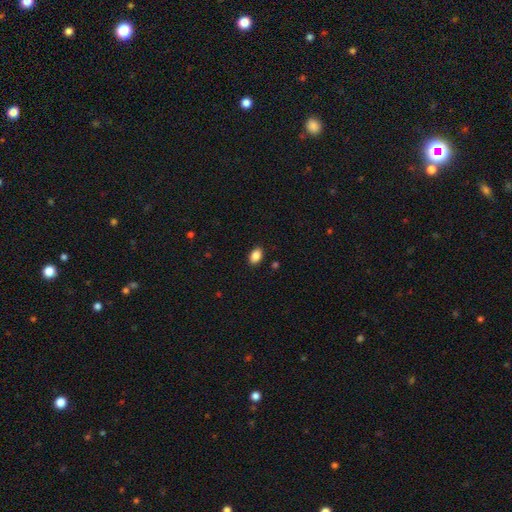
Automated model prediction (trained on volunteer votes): This appears to be a smooth galaxy with no disk features (88%) that is in between round and cigar-shaped (87%). Merging: none (89%).